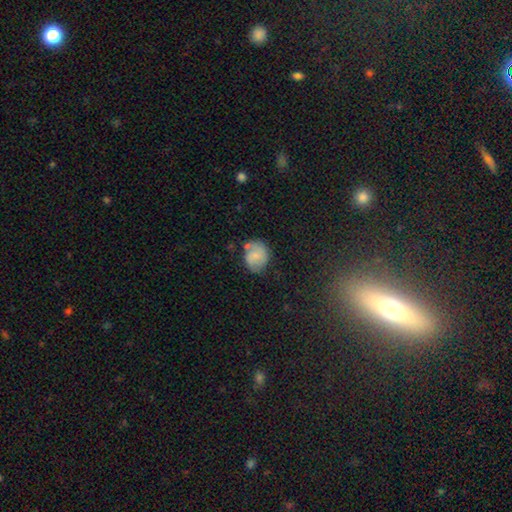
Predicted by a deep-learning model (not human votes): This appears to be a smooth galaxy with no disk features (62%) that is round (71%). Merging: none (59%).